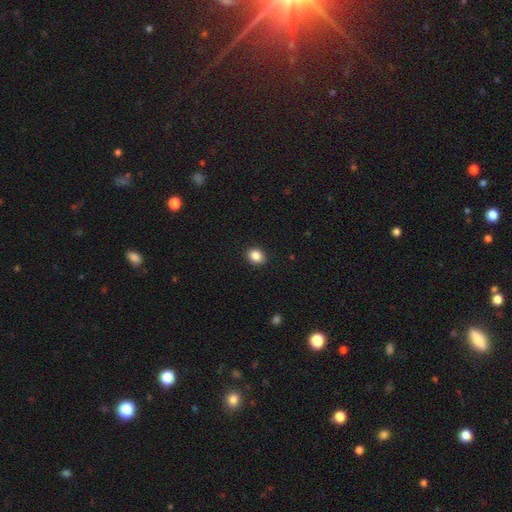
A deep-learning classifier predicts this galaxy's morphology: Smooth or featured?
  - smooth: 87% *
  - star or artifact: 9%
  - featured or disk: 4%
How rounded?
  - round: 56% *
  - in between: 43%
  - cigar-shaped: 1%
Merging?
  - none: 90% *
  - minor disturbance: 7%
  - major disturbance: 2%
  - merger: 1%